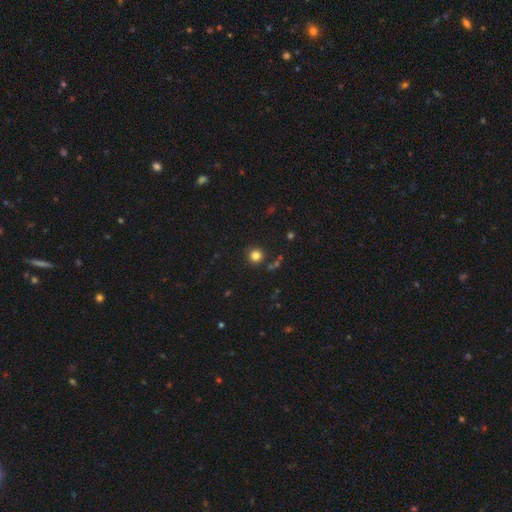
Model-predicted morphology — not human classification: This is clearly a smooth galaxy (81%). How rounded: clearly round (94%). Merging: clearly none (87%).